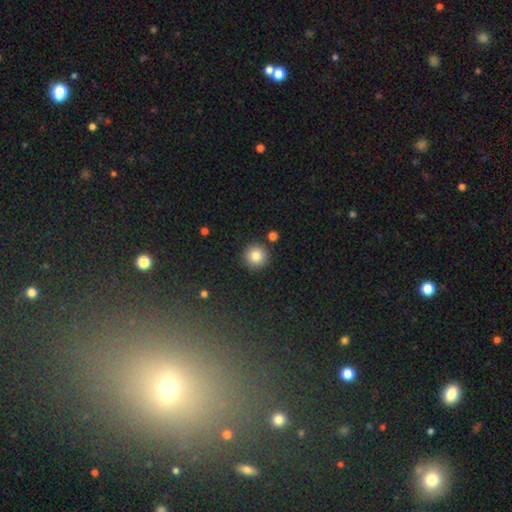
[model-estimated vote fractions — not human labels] smooth 84%, star or artifact 10%, featured or disk 6%. Down the decision tree: how rounded — round (95%); merging — none (89%).